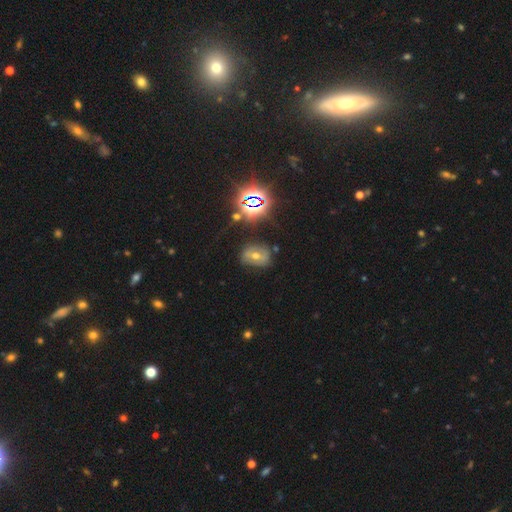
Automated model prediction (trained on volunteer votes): The model was most divided on "smooth or featured": star or artifact: 40%, featured or disk: 35%, smooth: 25%.